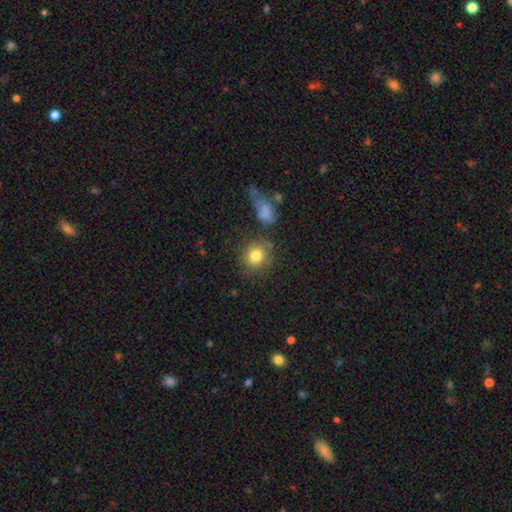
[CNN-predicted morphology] Smooth or featured? smooth (82%)
How rounded? round (79%)
Merging? none (71%)